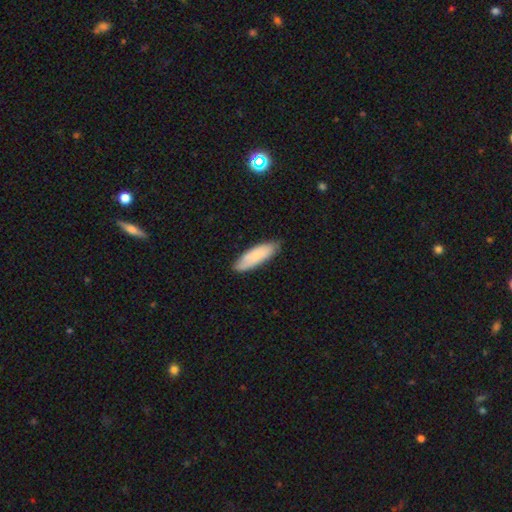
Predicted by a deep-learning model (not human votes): Overall: smooth (78%). How rounded: in between (52%; cigar-shaped 46%). Merging: none (80%).